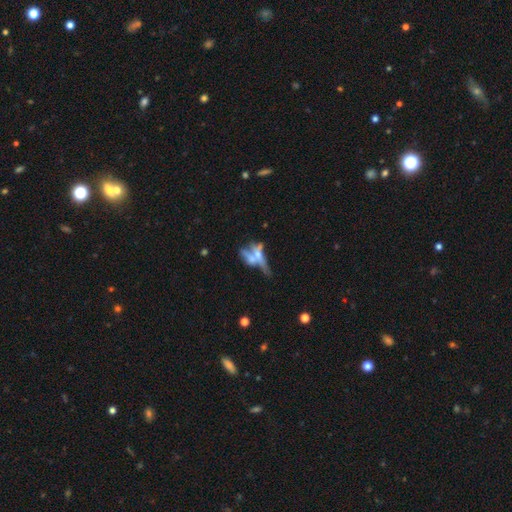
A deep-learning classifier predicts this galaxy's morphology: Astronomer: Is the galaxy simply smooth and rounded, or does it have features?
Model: featured or disk — 50% (runner-up: smooth, 38%).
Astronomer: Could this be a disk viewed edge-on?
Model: yes — 57% (runner-up: no, 43%).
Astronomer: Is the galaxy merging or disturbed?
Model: merger — 49% (runner-up: none, 29%).